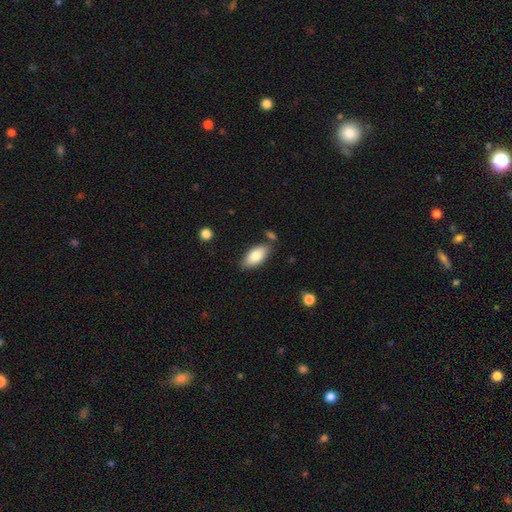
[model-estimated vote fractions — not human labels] Smooth or featured?
  - smooth: 79% *
  - featured or disk: 15%
  - star or artifact: 7%
How rounded?
  - in between: 91% *
  - cigar-shaped: 7%
  - round: 2%
Merging?
  - none: 78% *
  - minor disturbance: 13%
  - merger: 5%
  - major disturbance: 3%